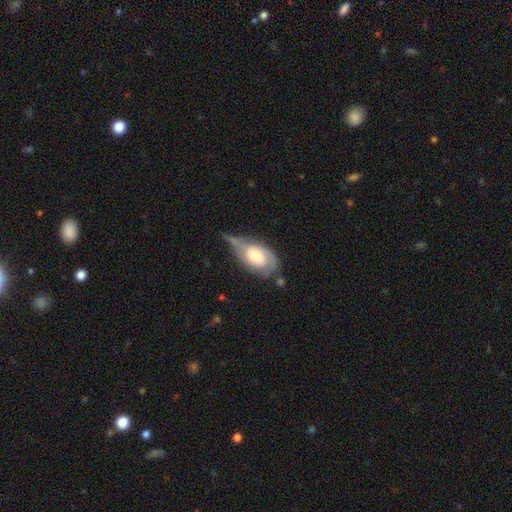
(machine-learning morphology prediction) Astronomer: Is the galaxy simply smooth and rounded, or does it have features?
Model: featured or disk — 54% (runner-up: smooth, 40%).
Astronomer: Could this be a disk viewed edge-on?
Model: no — 92%.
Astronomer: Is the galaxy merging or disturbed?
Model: minor disturbance — 36% (runner-up: none, 28%).